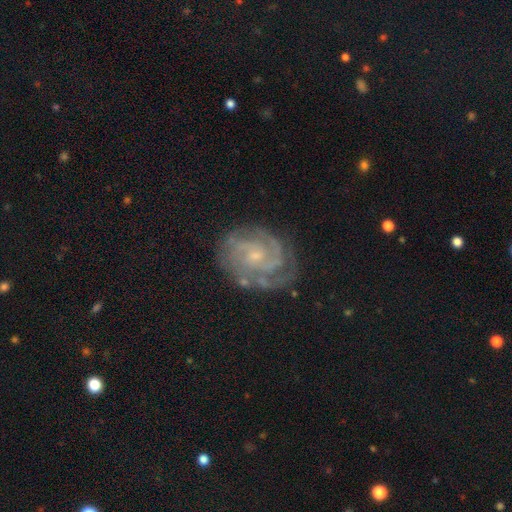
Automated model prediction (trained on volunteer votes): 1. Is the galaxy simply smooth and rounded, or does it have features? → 87% featured or disk, 7% smooth, 6% star or artifact.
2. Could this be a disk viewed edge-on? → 98% no, 2% yes.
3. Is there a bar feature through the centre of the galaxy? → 64% no, 30% weak, 6% strong.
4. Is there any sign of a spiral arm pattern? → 97% yes, 3% no.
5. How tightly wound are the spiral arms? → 69% tight, 26% medium, 5% loose.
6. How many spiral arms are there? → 27% 2 (tied), 27% 3 (tied), 22% can't tell, 11% 4, 6% 1, 6% more than 4.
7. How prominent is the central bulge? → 71% small, 22% moderate, 5% none, 1% large, 1% dominant.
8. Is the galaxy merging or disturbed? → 74% none, 18% minor disturbance, 6% major disturbance, 2% merger.